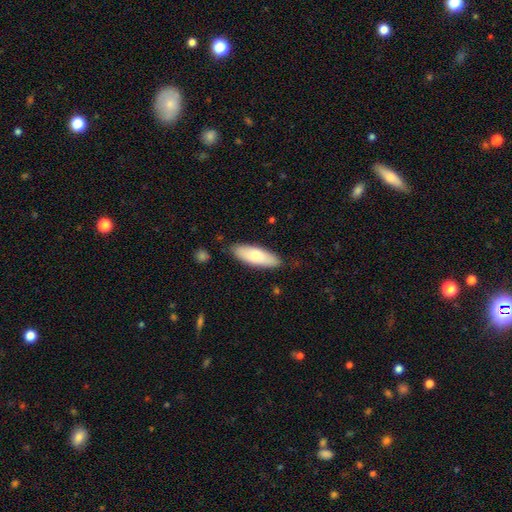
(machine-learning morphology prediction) Smooth or featured?
  - smooth: 75% *
  - featured or disk: 20%
  - star or artifact: 5%
How rounded?
  - in between: 65% *
  - cigar-shaped: 34%
  - round: 2%
Merging?
  - none: 85% *
  - minor disturbance: 12%
  - major disturbance: 2%
  - merger: 1%